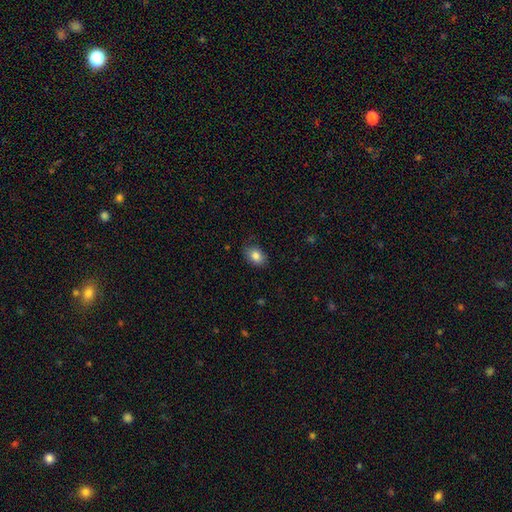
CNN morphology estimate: A smooth galaxy with no disk features (85%) that is in between round and cigar-shaped (75%). Merging: none (81%).